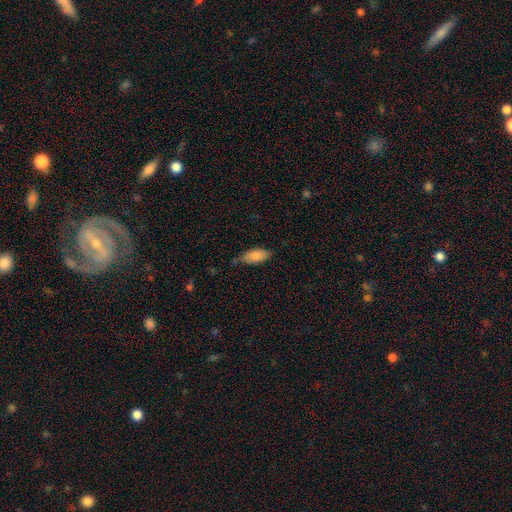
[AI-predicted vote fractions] Smooth or featured: smooth — 85% (featured or disk — 8%)
How rounded: in between — 86% (cigar-shaped — 12%)
Merging: none — 62% (minor disturbance — 30%)